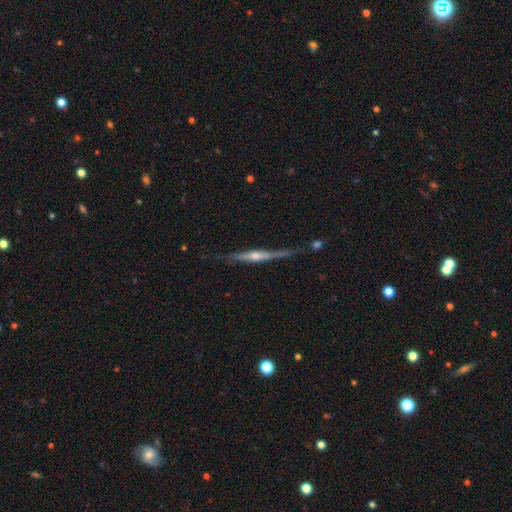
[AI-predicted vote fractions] Smooth or featured? Predicted: featured or disk (p=0.82). Edge-on disk? Predicted: yes (p=0.97). Edge-on bulge? Predicted: rounded (p=0.83). Merging? Predicted: none (p=0.74).